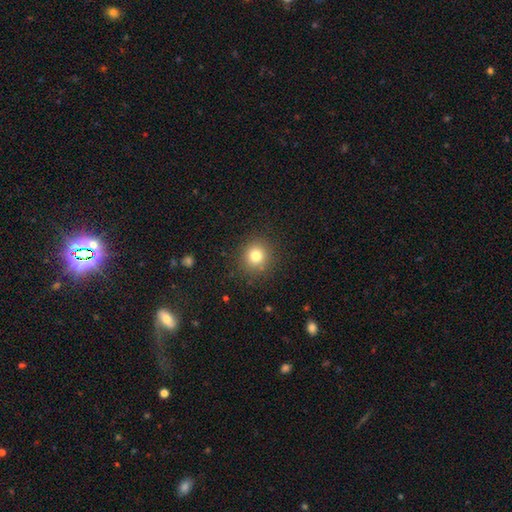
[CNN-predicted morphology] smooth-or-featured: smooth: 79% | star or artifact: 13% | featured or disk: 7%
  how-rounded: round: 90% | in between: 9% | cigar-shaped: 1%
  merging: none: 88% | minor disturbance: 8% | major disturbance: 3% | merger: 1%